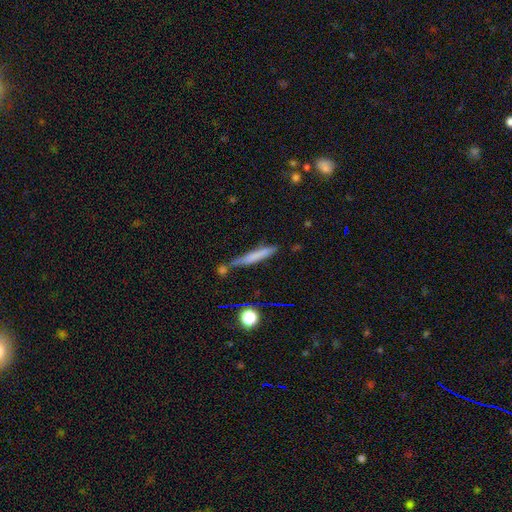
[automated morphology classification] Q: Smooth or featured?
A: smooth (65%); runner-up: featured or disk (27%)
Q: How rounded?
A: cigar-shaped (93%); runner-up: in between (5%)
Q: Merging?
A: none (63%); runner-up: minor disturbance (19%)